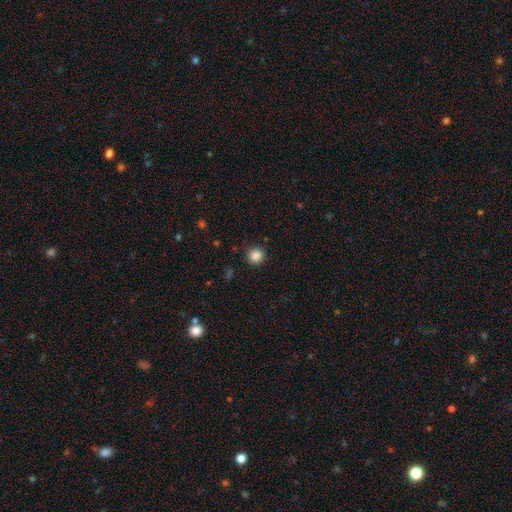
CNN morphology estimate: A smooth galaxy with no disk features (87%) that is round (94%). Merging: none (91%).